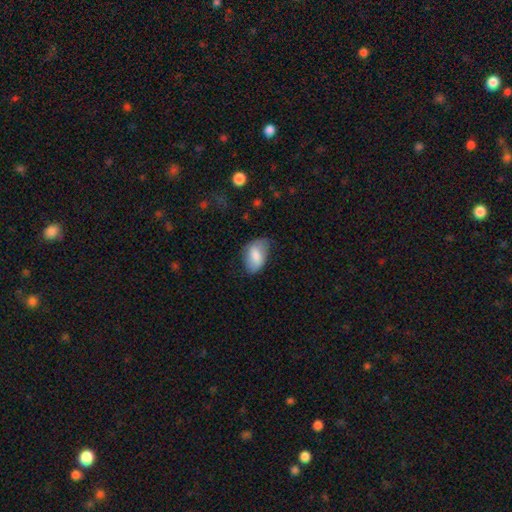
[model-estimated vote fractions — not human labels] A smooth galaxy with no disk features (78%) that is in between round and cigar-shaped (92%).

Vote fractions:
- Smooth or featured? smooth: 78% / featured or disk: 15% / star or artifact: 6%
- How rounded? in between: 92% / round: 6% / cigar-shaped: 2%
- Merging? none: 61% / minor disturbance: 30% / major disturbance: 7% / merger: 1%